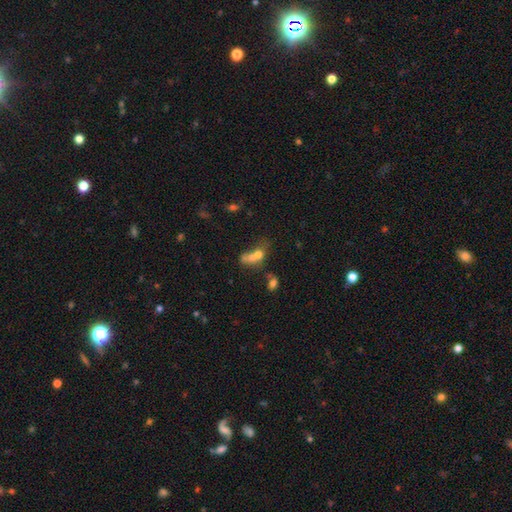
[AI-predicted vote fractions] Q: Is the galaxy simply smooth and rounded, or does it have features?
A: smooth — 62%.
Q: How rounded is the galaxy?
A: in between — 61%.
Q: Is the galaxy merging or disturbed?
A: merger — 63%.